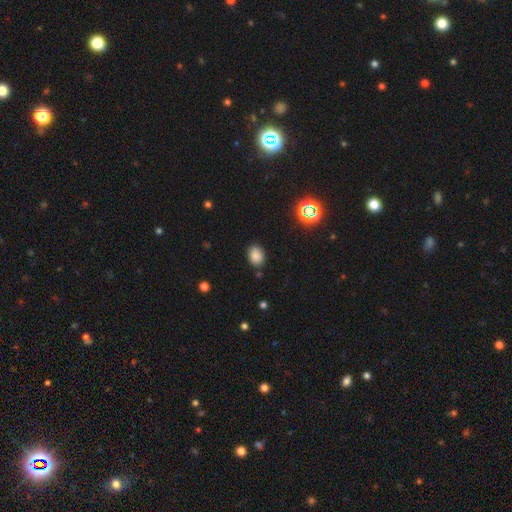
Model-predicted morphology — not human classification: A smooth galaxy with no disk features (82%) that is in between round and cigar-shaped (66%).

Vote fractions:
- Smooth or featured? smooth: 82% / star or artifact: 13% / featured or disk: 5%
- How rounded? in between: 66% / round: 33% / cigar-shaped: 1%
- Merging? none: 82% / minor disturbance: 13% / major disturbance: 3% / merger: 2%